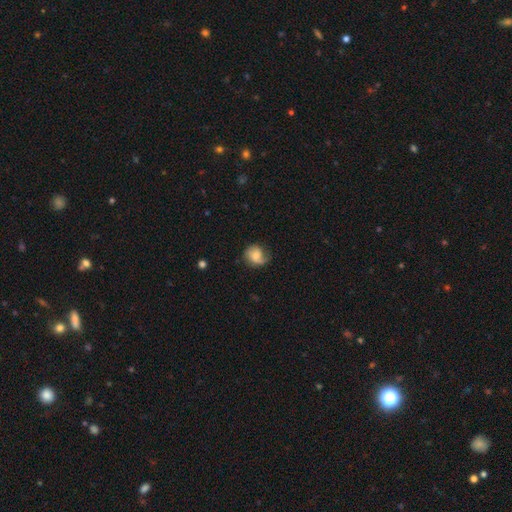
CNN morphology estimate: Smooth or featured: smooth — 50% (featured or disk — 41%)
How rounded: round — 69% (in between — 30%)
Merging: none — 56% (minor disturbance — 28%)